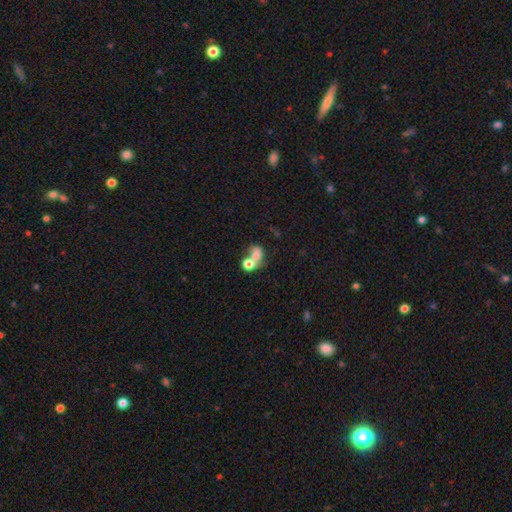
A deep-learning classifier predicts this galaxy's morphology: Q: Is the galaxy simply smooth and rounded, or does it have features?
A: smooth — 62%.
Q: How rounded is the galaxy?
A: round — 53%.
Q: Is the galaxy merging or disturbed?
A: merger — 65%.